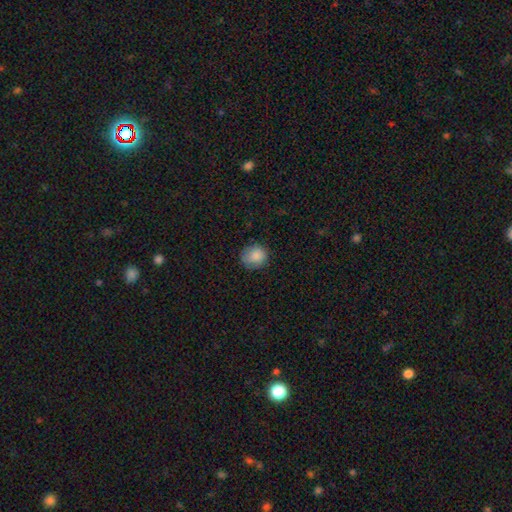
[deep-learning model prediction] The model was most divided on "how rounded": round: 82%, in between: 17%, cigar-shaped: 1%. More confident: smooth or featured — smooth (86%); merging — none (81%).